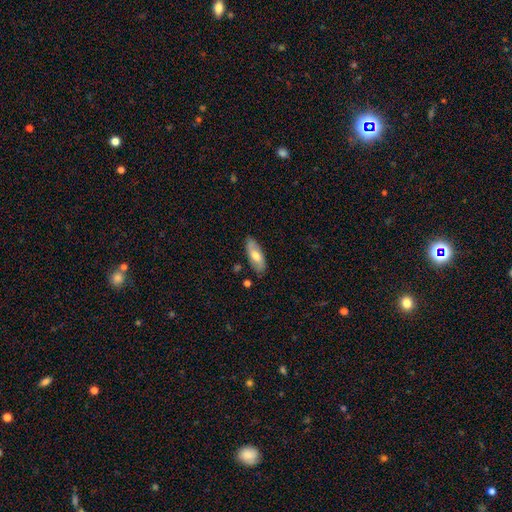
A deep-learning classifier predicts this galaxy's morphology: smooth-or-featured: smooth: 59% | featured or disk: 35% | star or artifact: 6%
  how-rounded: in between: 79% | cigar-shaped: 18% | round: 2%
  merging: none: 82% | minor disturbance: 13% | major disturbance: 3% | merger: 2%